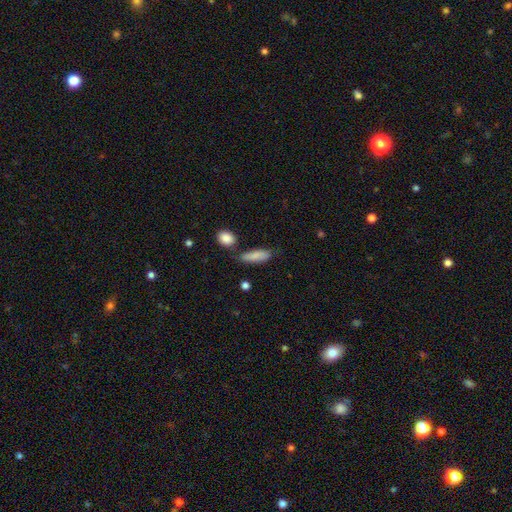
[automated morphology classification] Q: Smooth or featured?
A: smooth (84%); runner-up: featured or disk (10%)
Q: How rounded?
A: in between (58%); runner-up: cigar-shaped (39%)
Q: Merging?
A: none (63%); runner-up: minor disturbance (22%)